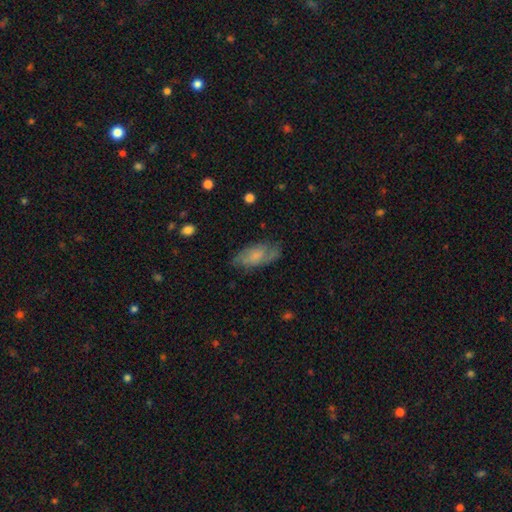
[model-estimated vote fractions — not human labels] Smooth or featured? Predicted: smooth (p=0.49). Merging? Predicted: none (p=0.69).